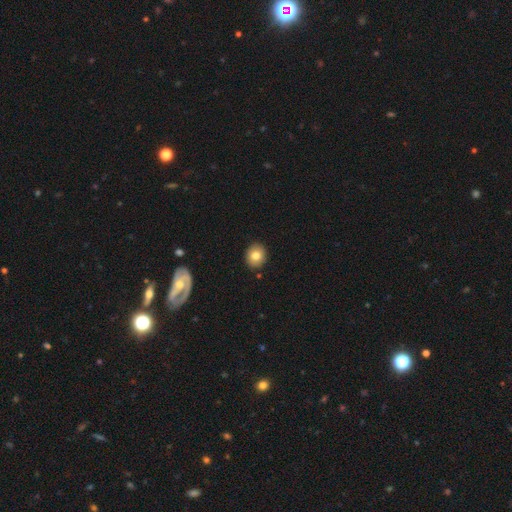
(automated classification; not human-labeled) smooth_or_featured: smooth (p=0.79) [alt: featured or disk p=0.12]
how_rounded: round (p=0.77) [alt: in between p=0.22]
merging: none (p=0.90) [alt: minor disturbance p=0.07]